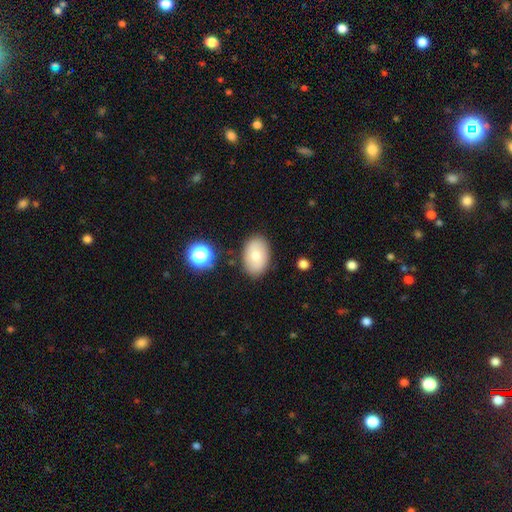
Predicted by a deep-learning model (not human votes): Overall: smooth (76%). How rounded: in between (88%). Merging: none (84%).